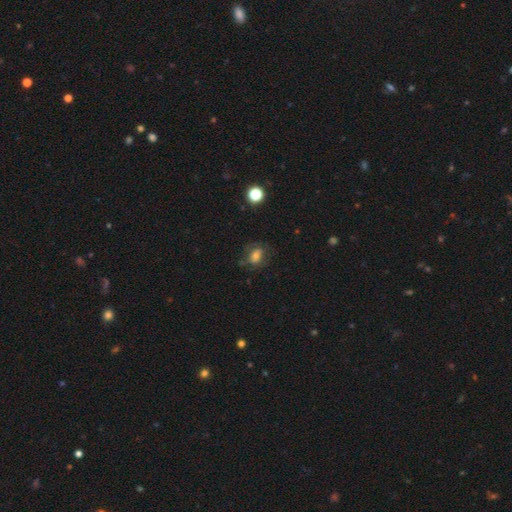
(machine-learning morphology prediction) Smooth or featured? smooth (62%)
How rounded? in between (65%)
Merging? none (60%)